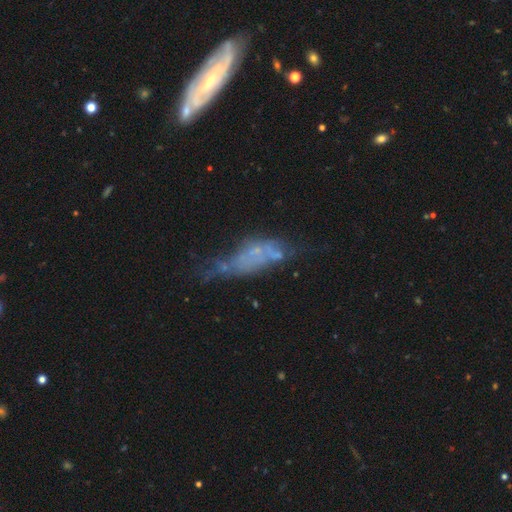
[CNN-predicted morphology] Smooth or featured? featured or disk (48%)
Merging? none (32%)